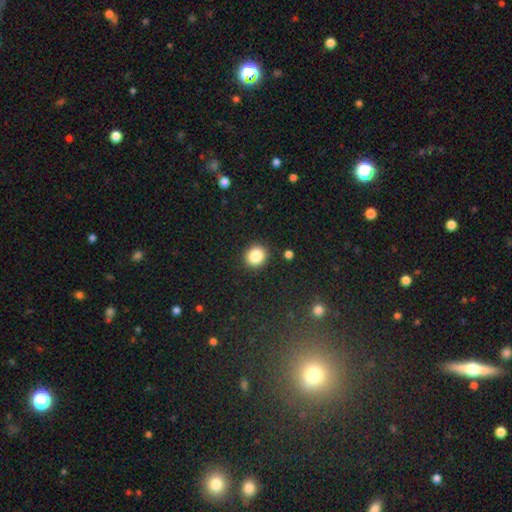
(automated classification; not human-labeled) Smooth or featured?
  - smooth: 86% *
  - star or artifact: 10%
  - featured or disk: 4%
How rounded?
  - round: 83% *
  - in between: 16%
  - cigar-shaped: 1%
Merging?
  - none: 90% *
  - minor disturbance: 7%
  - major disturbance: 2%
  - merger: 2%